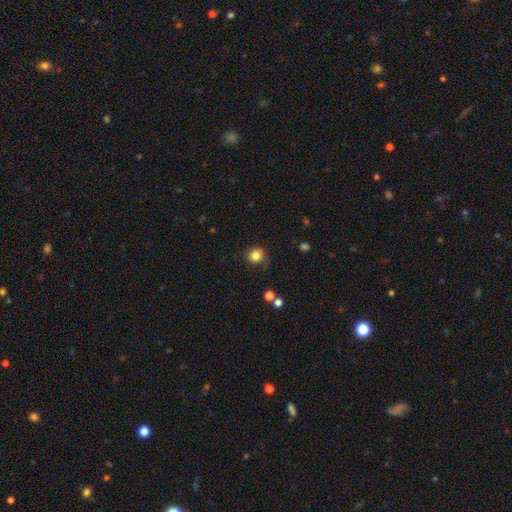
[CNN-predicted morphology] smooth_or_featured: smooth (p=0.83) [alt: star or artifact p=0.12]
how_rounded: round (p=0.87) [alt: in between p=0.12]
merging: none (p=0.83) [alt: minor disturbance p=0.12]